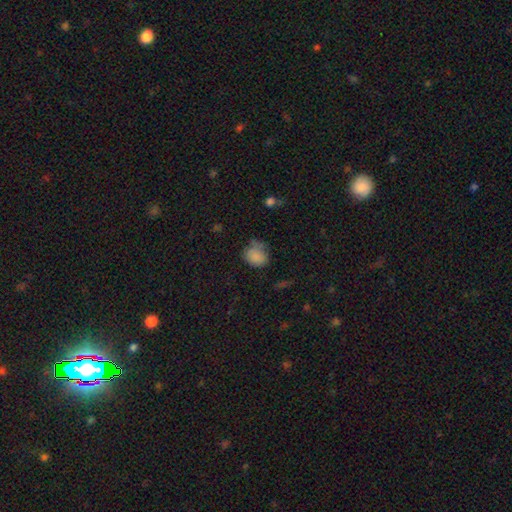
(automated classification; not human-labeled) smooth-or-featured: smooth: 82% | star or artifact: 11% | featured or disk: 7%
  how-rounded: round: 58% | in between: 41% | cigar-shaped: 1%
  merging: none: 54% | minor disturbance: 31% | major disturbance: 10% | merger: 4%